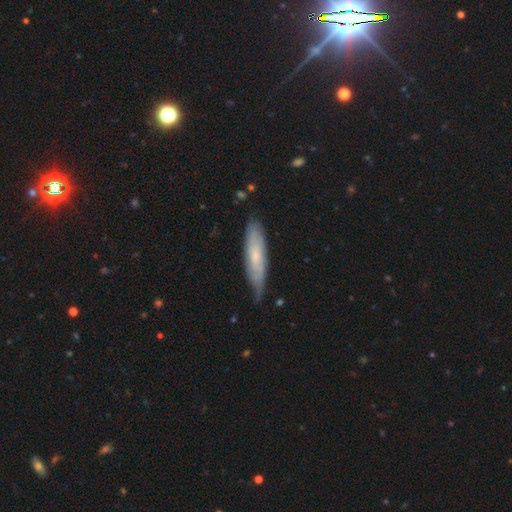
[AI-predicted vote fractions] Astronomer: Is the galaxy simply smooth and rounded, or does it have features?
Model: smooth — 48% (runner-up: featured or disk, 45%).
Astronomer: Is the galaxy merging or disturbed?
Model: none — 67%.